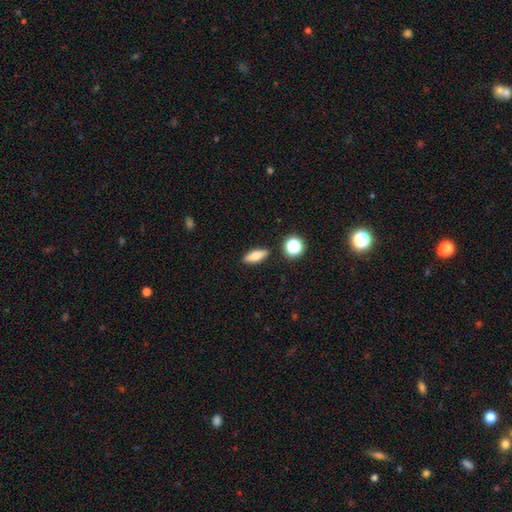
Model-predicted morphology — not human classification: smooth-or-featured: smooth: 69% | featured or disk: 22% | star or artifact: 9%
  how-rounded: in between: 61% | cigar-shaped: 33% | round: 7%
  merging: none: 87% | minor disturbance: 8% | merger: 3% | major disturbance: 2%